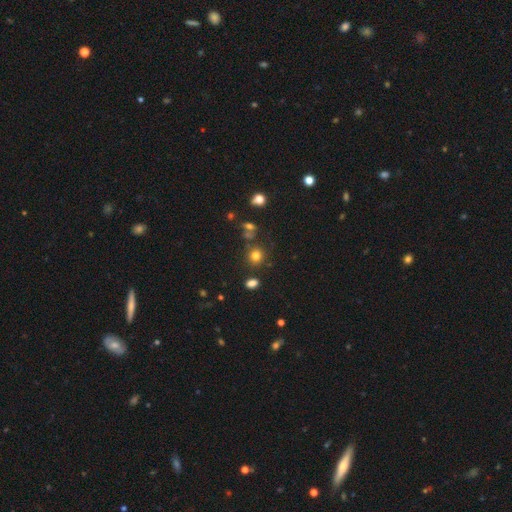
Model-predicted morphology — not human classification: This appears to be a smooth galaxy with no disk features (76%) that is round (82%). Merging: none (78%).